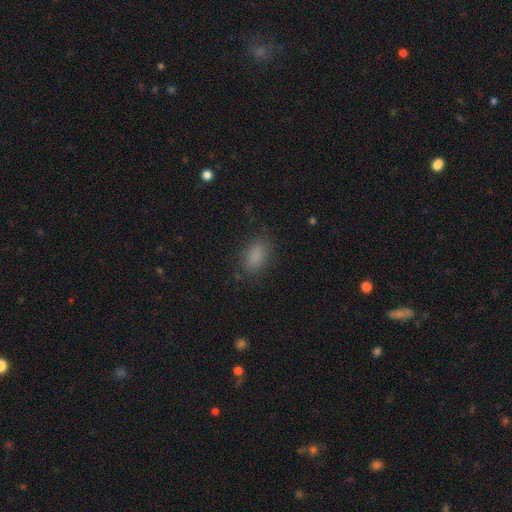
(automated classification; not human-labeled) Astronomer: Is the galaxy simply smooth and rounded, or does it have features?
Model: smooth — 86%.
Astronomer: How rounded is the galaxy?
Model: in between — 89%.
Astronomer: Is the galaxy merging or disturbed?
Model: none — 82%.